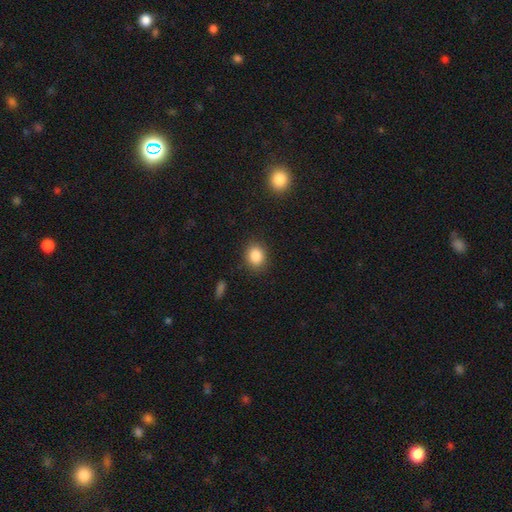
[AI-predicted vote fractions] A smooth galaxy with no disk features (86%) that is in between round and cigar-shaped (53%).

Vote fractions:
- Smooth or featured? smooth: 86% / star or artifact: 9% / featured or disk: 5%
- How rounded? in between: 53% / round: 46% / cigar-shaped: 1%
- Merging? none: 86% / minor disturbance: 10% / major disturbance: 3% / merger: 1%